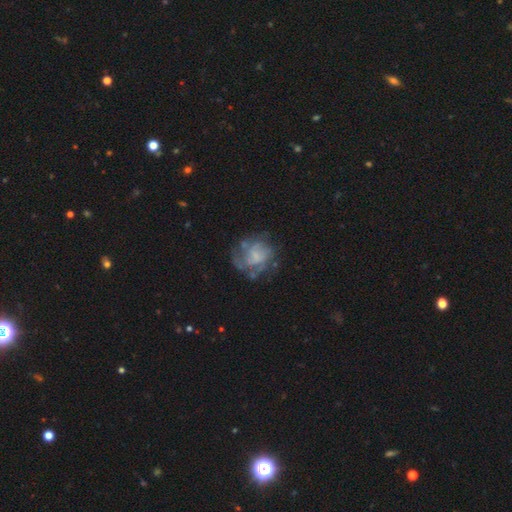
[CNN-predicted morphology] This is likely a featured or disk galaxy (64%). It is clearly not viewed edge-on (98%). Bar: likely no (71%). Spiral arm pattern: likely yes (64%). Central bulge: possibly none (50%). Merging: possibly none (55%).